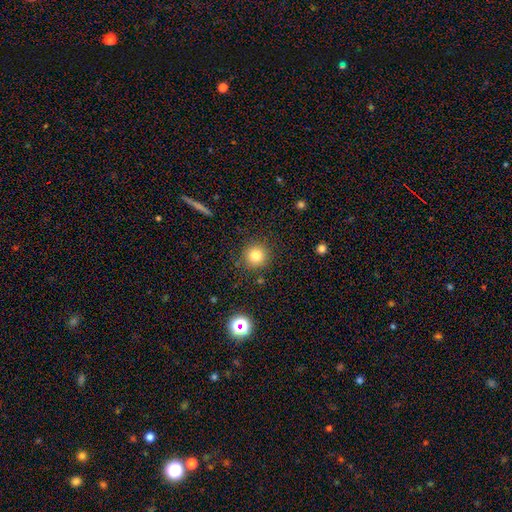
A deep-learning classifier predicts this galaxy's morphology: Overall: smooth (79%). How rounded: round (95%). Merging: none (88%).